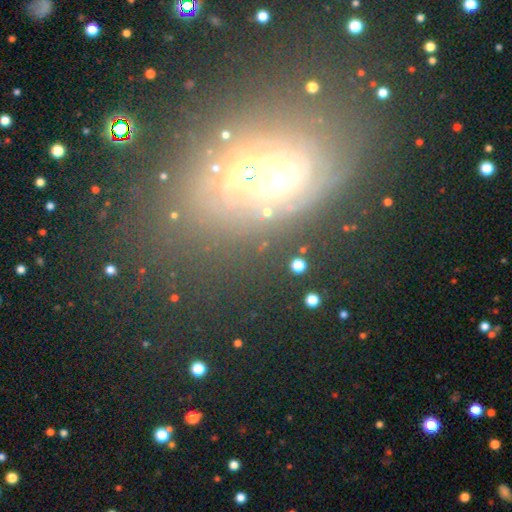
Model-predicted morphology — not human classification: A featured or disk galaxy (45%).

Vote fractions:
- Smooth or featured? featured or disk: 45% / star or artifact: 31% / smooth: 25%
- Merging? none: 52% / merger: 17% / minor disturbance: 15% / major disturbance: 15%